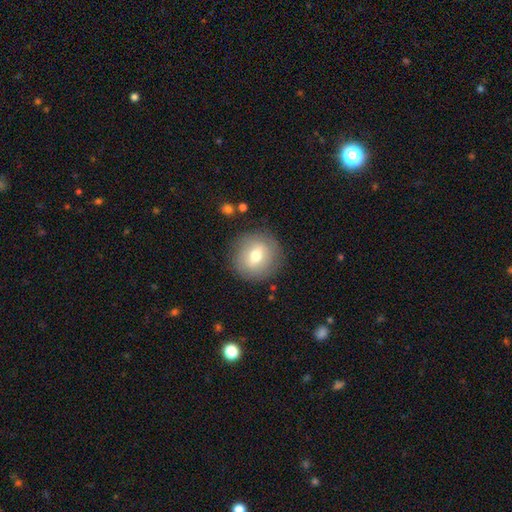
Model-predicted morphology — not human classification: Smooth or featured?
  - smooth: 63% *
  - featured or disk: 29%
  - star or artifact: 9%
How rounded?
  - round: 90% *
  - in between: 9%
  - cigar-shaped: 1%
Merging?
  - none: 84% *
  - minor disturbance: 10%
  - major disturbance: 4%
  - merger: 1%